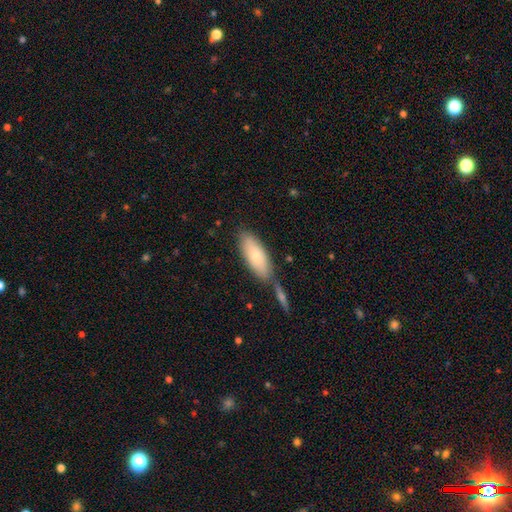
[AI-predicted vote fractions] smooth_or_featured: smooth (p=0.72) [alt: featured or disk p=0.21]
how_rounded: in between (p=0.77) [alt: cigar-shaped p=0.20]
merging: none (p=0.64) [alt: merger p=0.17]